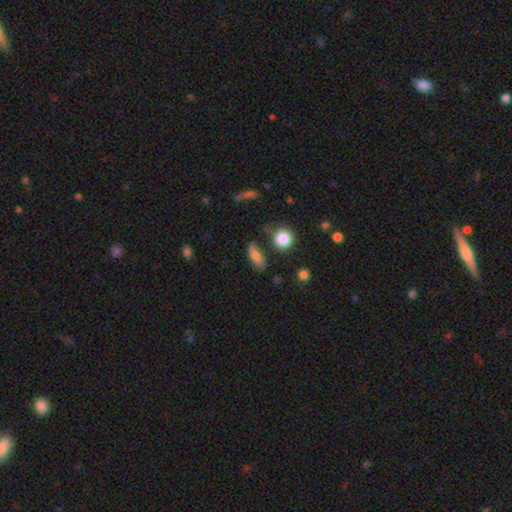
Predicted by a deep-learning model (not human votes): The model was most divided on "how rounded": in between: 65%, cigar-shaped: 26%, round: 8%. More confident: smooth or featured — smooth (79%); merging — none (73%).